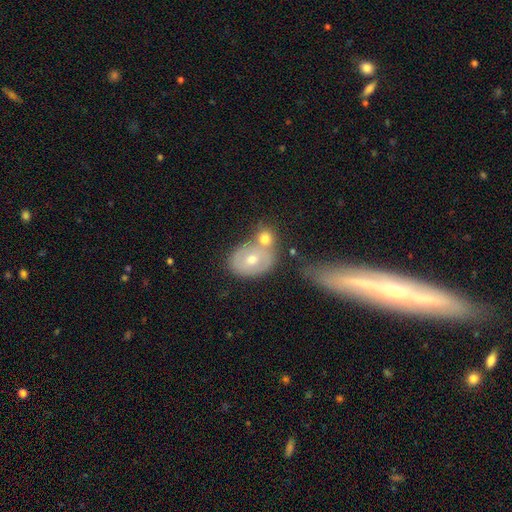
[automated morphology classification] featured or disk 48%, smooth 38%, star or artifact 14%. Down the decision tree: merging — none (61%).